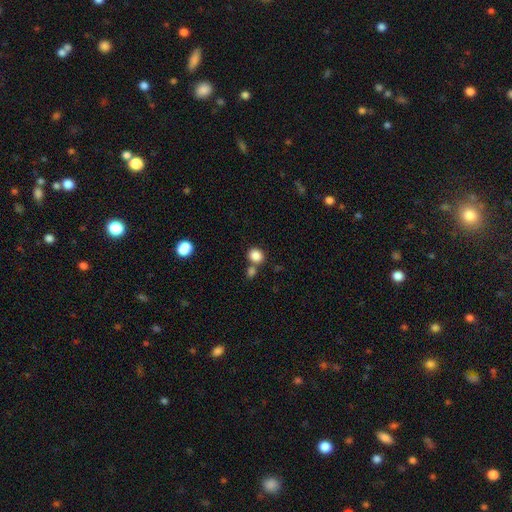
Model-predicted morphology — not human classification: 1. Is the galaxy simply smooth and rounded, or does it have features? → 85% smooth, 10% star or artifact, 5% featured or disk.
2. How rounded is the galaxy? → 71% round, 28% in between, 1% cigar-shaped.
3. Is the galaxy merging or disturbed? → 61% none, 26% merger, 9% minor disturbance, 4% major disturbance.